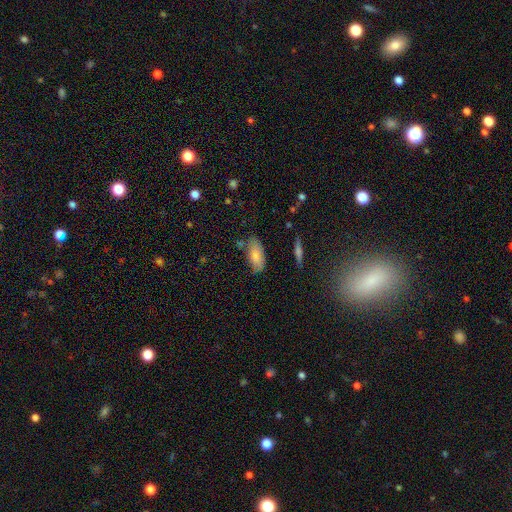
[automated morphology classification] The model was most divided on "merging": none: 64%, minor disturbance: 26%, major disturbance: 6%, merger: 5%. More confident: how rounded — in between (88%); smooth or featured — smooth (78%).